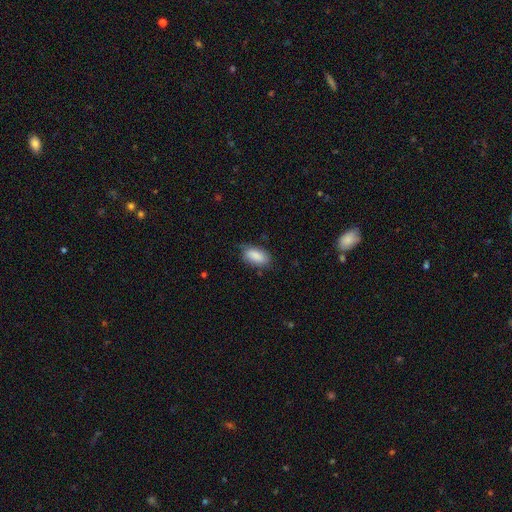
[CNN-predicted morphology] Smooth or featured? smooth (87%)
How rounded? in between (92%)
Merging? none (70%)